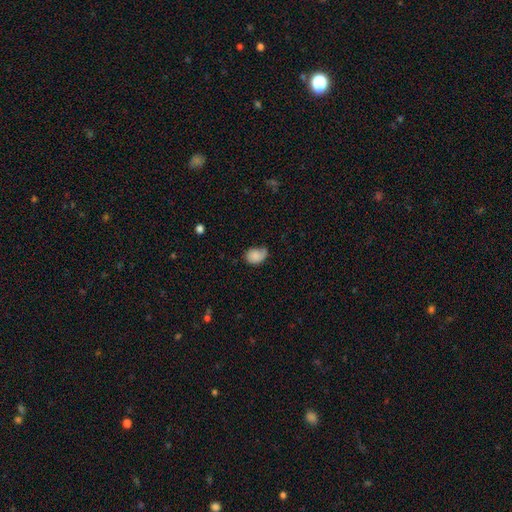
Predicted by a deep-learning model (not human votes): Overall: smooth (75%). How rounded: in between (69%; round 30%). Merging: none (43%; minor disturbance 37%).